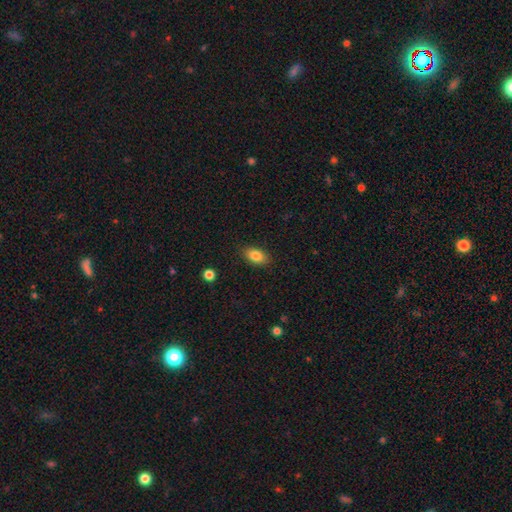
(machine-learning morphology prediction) A smooth galaxy with no disk features (84%) that is in between round and cigar-shaped (89%). Merging: none (87%).